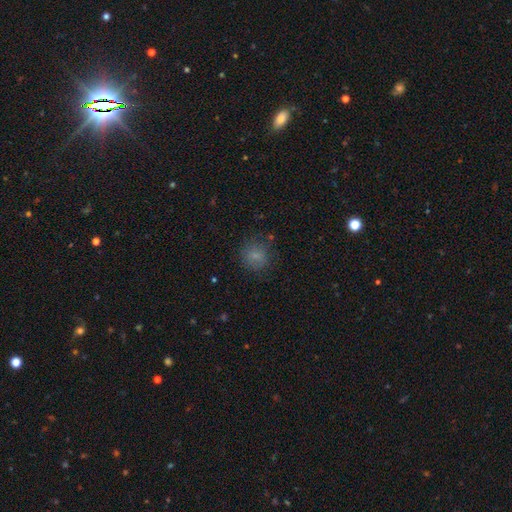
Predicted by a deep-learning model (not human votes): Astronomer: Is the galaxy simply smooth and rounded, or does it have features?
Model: smooth — 78%.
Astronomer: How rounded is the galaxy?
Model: round — 84%.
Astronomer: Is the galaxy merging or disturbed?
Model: none — 76%.